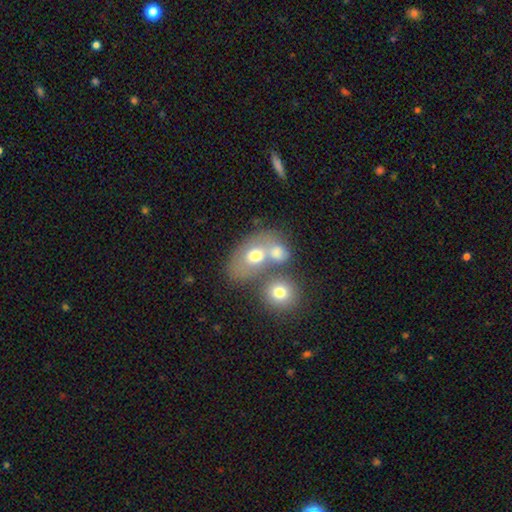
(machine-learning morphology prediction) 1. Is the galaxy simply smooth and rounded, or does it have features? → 65% smooth, 24% featured or disk, 11% star or artifact.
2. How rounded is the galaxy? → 66% in between, 33% round, 2% cigar-shaped.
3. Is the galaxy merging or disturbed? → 48% merger, 35% none, 11% minor disturbance, 6% major disturbance.